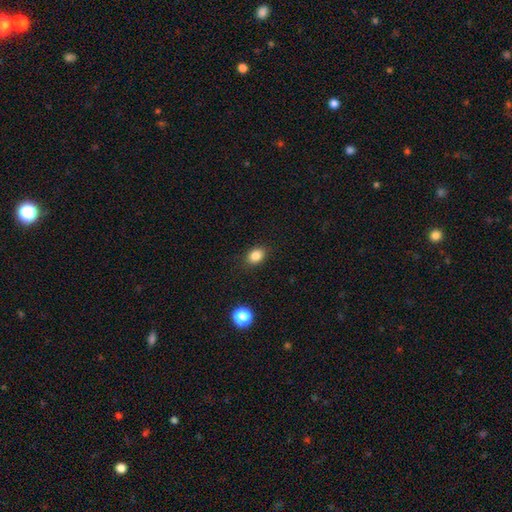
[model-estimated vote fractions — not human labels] The model was most divided on "how rounded": in between: 65%, round: 34%, cigar-shaped: 1%. More confident: merging — none (87%); smooth or featured — smooth (84%).